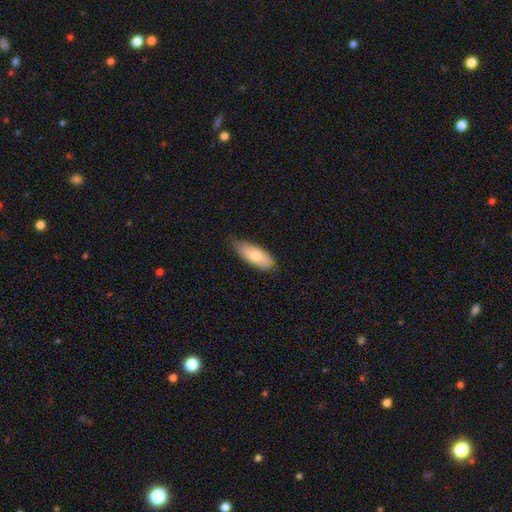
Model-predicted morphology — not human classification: Smooth or featured: smooth — 77% (featured or disk — 17%)
How rounded: in between — 78% (cigar-shaped — 20%)
Merging: none — 70% (minor disturbance — 26%)